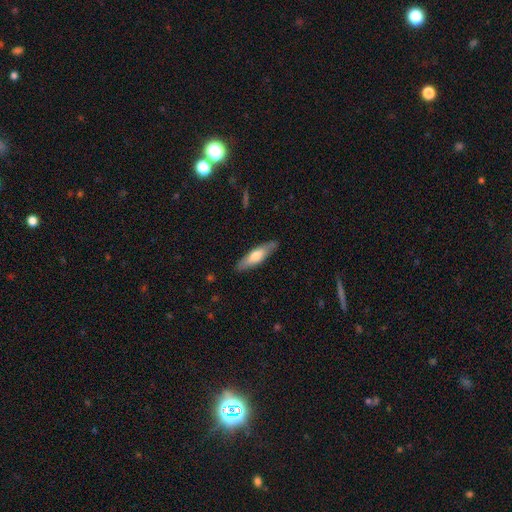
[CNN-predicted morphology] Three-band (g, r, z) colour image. It shows a smooth galaxy with no disk features (59%) that is cigar-shaped (61%). Merging: none (85%).